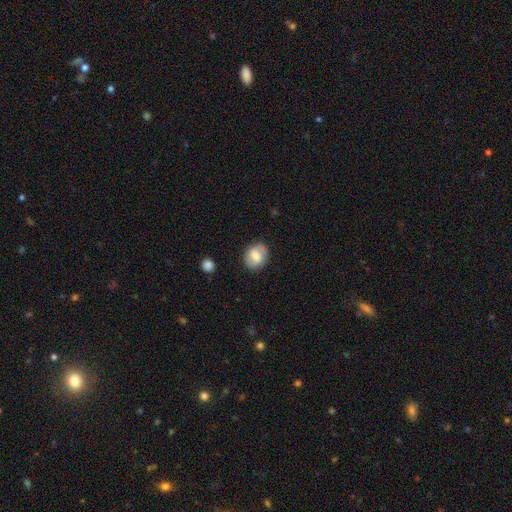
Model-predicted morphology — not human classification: The model was most divided on "how rounded": in between: 50%, round: 49%, cigar-shaped: 1%. More confident: merging — none (78%); smooth or featured — smooth (67%).